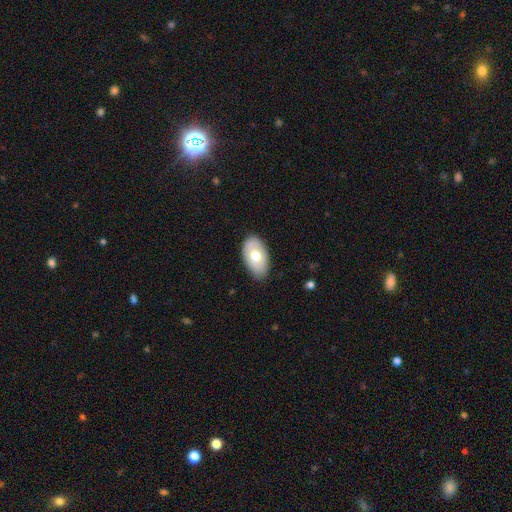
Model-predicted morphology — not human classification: This appears to be a smooth galaxy with no disk features (64%) that is in between round and cigar-shaped (93%). Merging: none (79%).